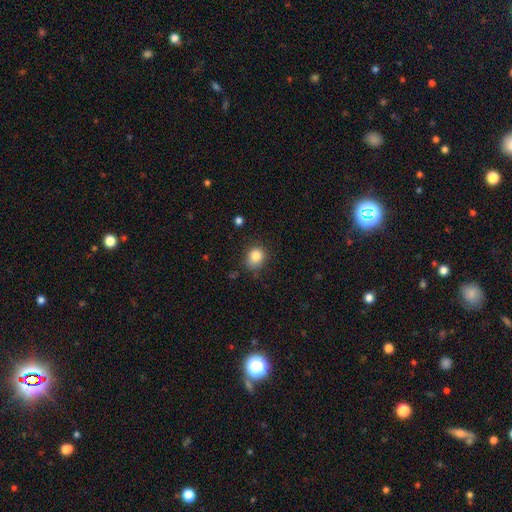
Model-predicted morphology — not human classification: Smooth or featured?
  - smooth: 83% *
  - star or artifact: 11%
  - featured or disk: 6%
How rounded?
  - round: 67% *
  - in between: 32%
  - cigar-shaped: 1%
Merging?
  - none: 75% *
  - minor disturbance: 19%
  - major disturbance: 4%
  - merger: 2%